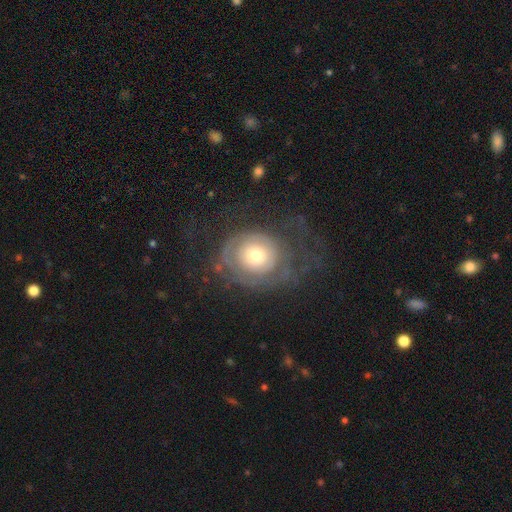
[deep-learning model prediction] The model was most divided on "spiral arms": yes: 58%, no: 42%. Remaining: edge-on disk — no (96%); bar — no (86%); bulge size — moderate (59%); smooth or featured — featured or disk (59%); merging — none (49%).